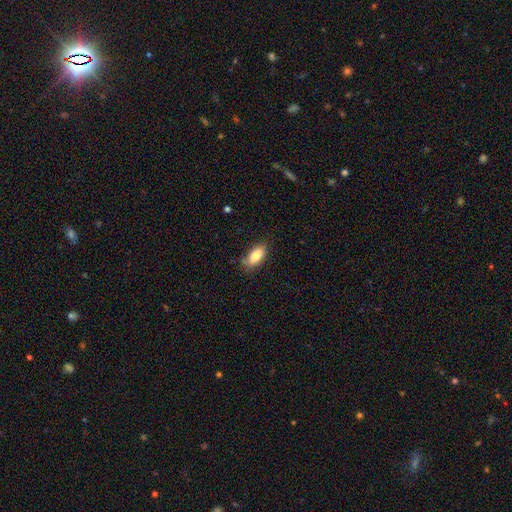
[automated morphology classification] The model was most divided on "merging": none: 76%, minor disturbance: 19%, major disturbance: 4%, merger: 2%. More confident: how rounded — in between (90%); smooth or featured — smooth (82%).